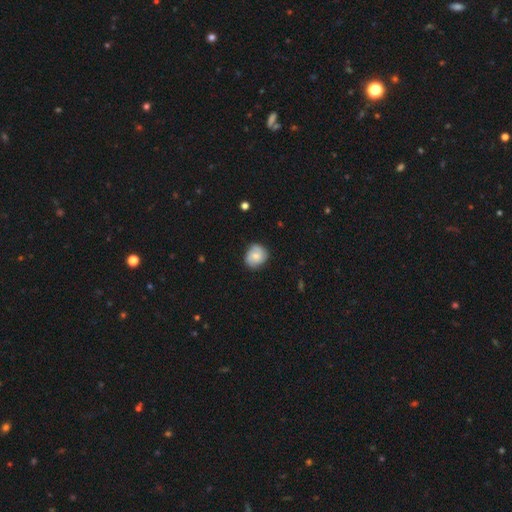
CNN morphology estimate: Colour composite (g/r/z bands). It shows a smooth galaxy with no disk features (65%) that is round (79%). Merging: none (76%).